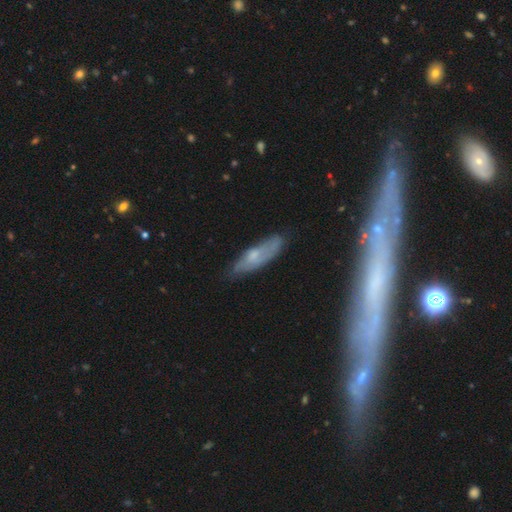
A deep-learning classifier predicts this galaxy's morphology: Q: Smooth or featured?
A: smooth (46%); runner-up: featured or disk (45%)
Q: Merging?
A: none (65%); runner-up: minor disturbance (25%)